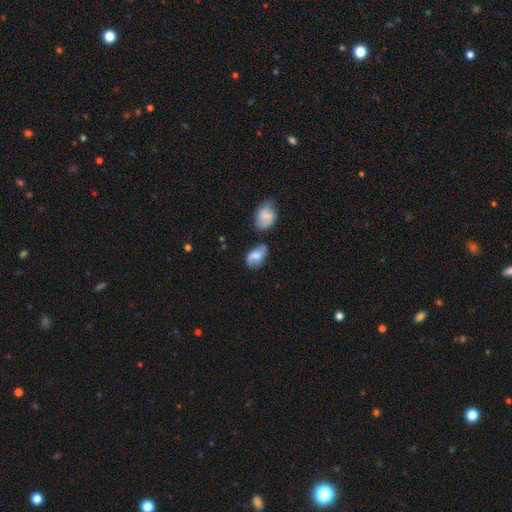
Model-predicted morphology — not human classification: Overall: smooth (52%; featured or disk 39%). How rounded: in between (87%). Merging: none (50%; minor disturbance 28%).